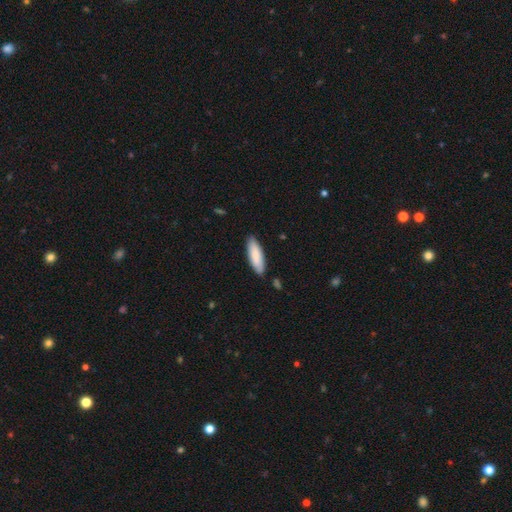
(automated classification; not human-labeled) Overall: smooth (83%). How rounded: in between (53%; cigar-shaped 46%). Merging: none (84%).